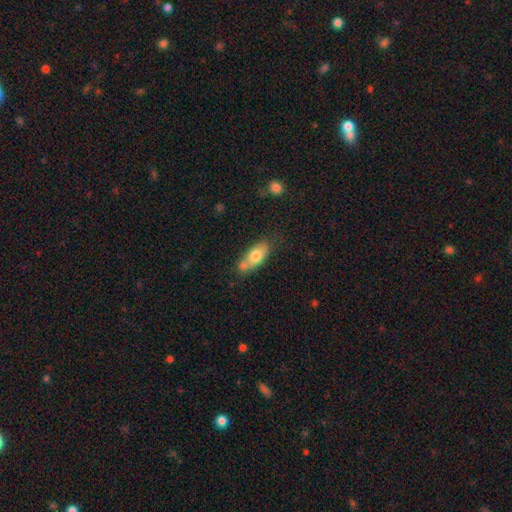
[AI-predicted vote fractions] smooth 71%, featured or disk 22%, star or artifact 7%. Down the decision tree: how rounded — in between (79%); merging — none (56%).